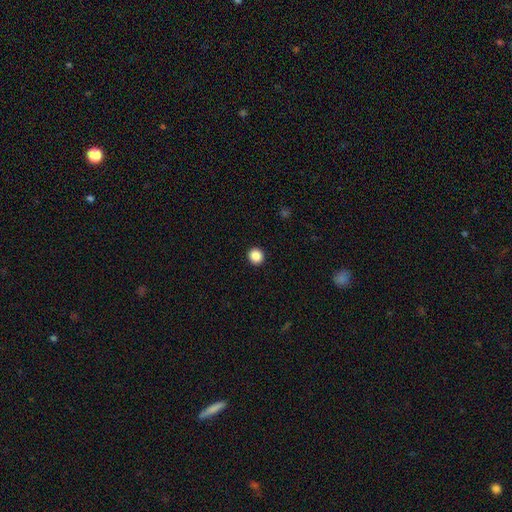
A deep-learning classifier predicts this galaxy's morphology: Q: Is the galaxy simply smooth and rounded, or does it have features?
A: smooth — 88%.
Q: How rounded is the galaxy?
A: round — 91%.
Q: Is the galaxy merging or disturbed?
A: none — 93%.